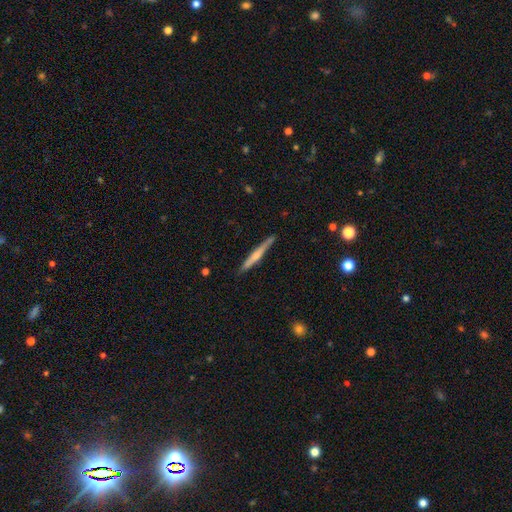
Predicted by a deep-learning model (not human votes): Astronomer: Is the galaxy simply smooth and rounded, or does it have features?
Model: featured or disk — 58% (runner-up: smooth, 37%).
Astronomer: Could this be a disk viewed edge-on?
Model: yes — 97%.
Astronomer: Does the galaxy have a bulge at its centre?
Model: rounded — 63%.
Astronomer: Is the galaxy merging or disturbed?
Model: none — 86%.